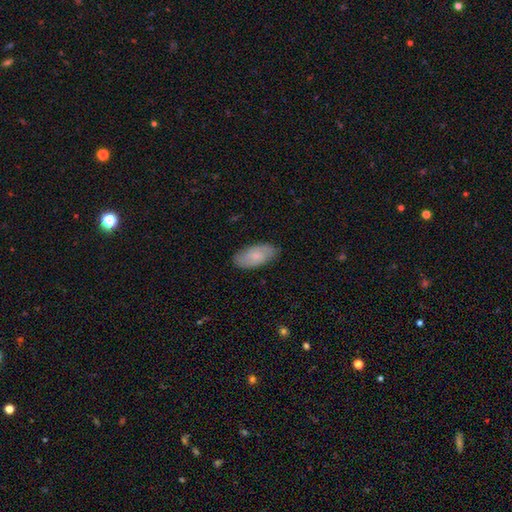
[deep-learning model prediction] Q: Smooth or featured?
A: smooth (65%); runner-up: featured or disk (29%)
Q: How rounded?
A: in between (92%); runner-up: cigar-shaped (5%)
Q: Merging?
A: none (83%); runner-up: minor disturbance (14%)